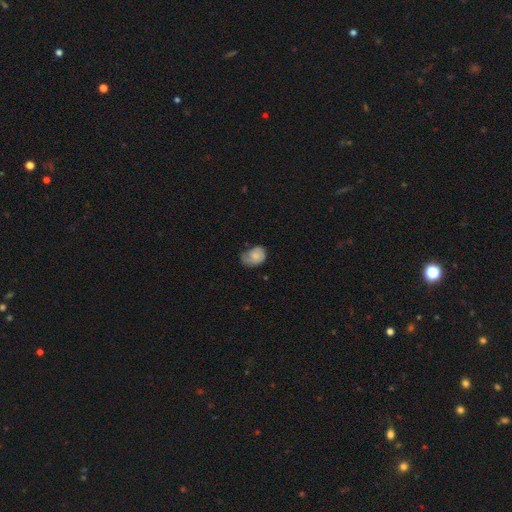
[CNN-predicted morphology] A smooth galaxy with no disk features (63%) that is in between round and cigar-shaped (63%).

Vote fractions:
- Smooth or featured? smooth: 63% / featured or disk: 29% / star or artifact: 8%
- How rounded? in between: 63% / round: 36% / cigar-shaped: 1%
- Merging? minor disturbance: 39% (tied) / none: 39% (tied) / major disturbance: 19% / merger: 2%